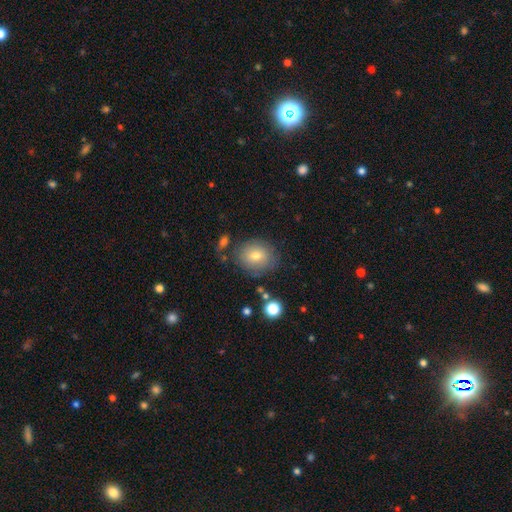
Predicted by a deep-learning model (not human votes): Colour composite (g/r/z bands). It shows a smooth galaxy with no disk features (71%) that is round (72%). Merging: none (76%).